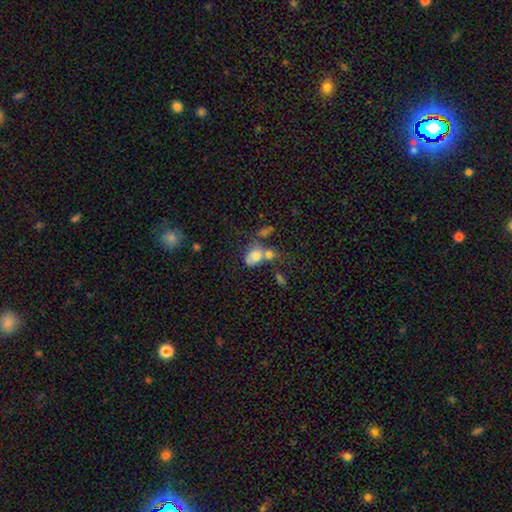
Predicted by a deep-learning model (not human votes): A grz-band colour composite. It shows a smooth galaxy with no disk features (72%) that is in between round and cigar-shaped (74%). Merging: merger (50%).